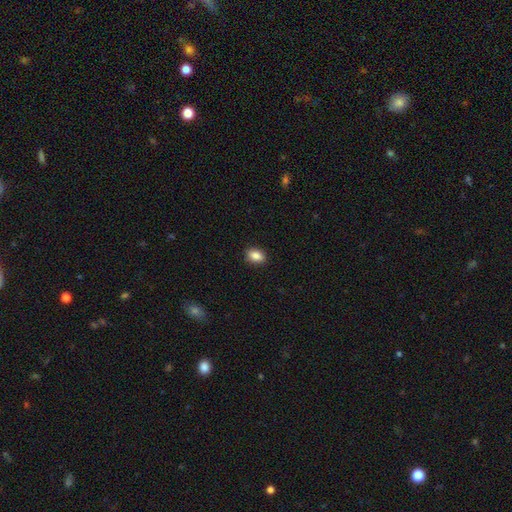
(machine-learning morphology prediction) smooth 86%, star or artifact 9%, featured or disk 6%. Down the decision tree: how rounded — in between (75%); merging — none (89%).